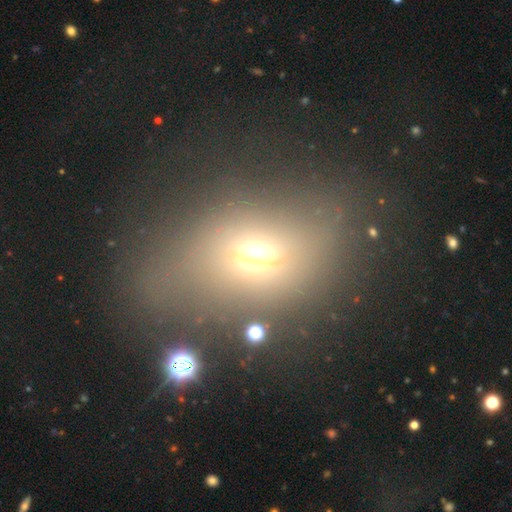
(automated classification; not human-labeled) Smooth or featured? smooth (56%)
How rounded? in between (66%)
Merging? none (58%)